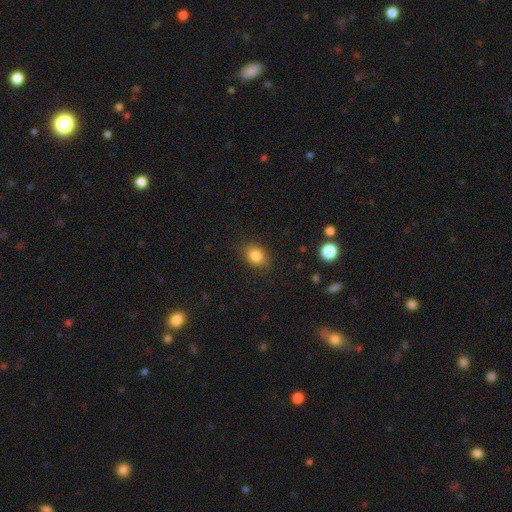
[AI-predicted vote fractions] Smooth or featured? Predicted: smooth (p=0.83). How rounded? Predicted: in between (p=0.67). Merging? Predicted: none (p=0.86).